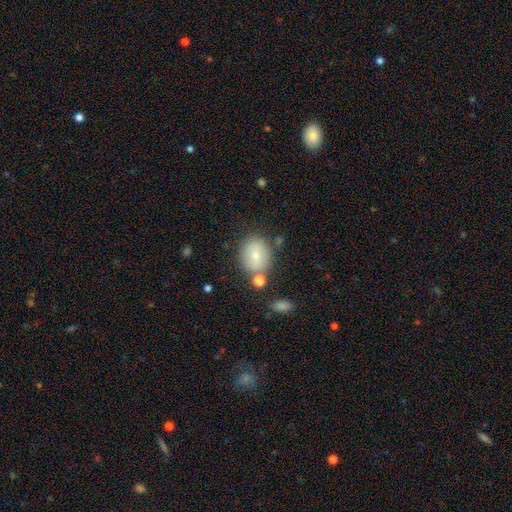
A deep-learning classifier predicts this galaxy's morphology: type=smooth (75%); roundness=round (59%); merging=none (71%).